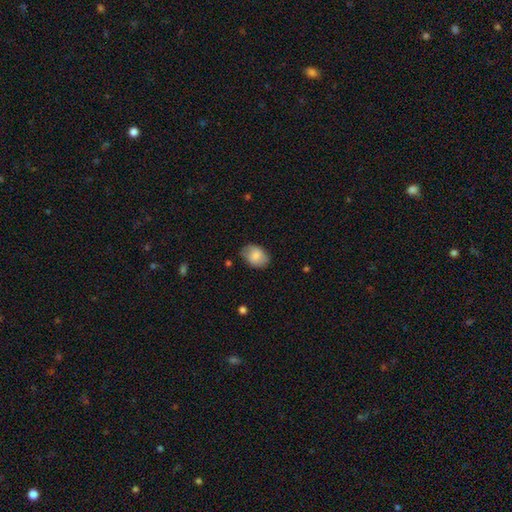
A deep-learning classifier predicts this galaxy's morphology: Smooth or featured? Predicted: smooth (p=0.80). How rounded? Predicted: in between (p=0.76). Merging? Predicted: none (p=0.74).